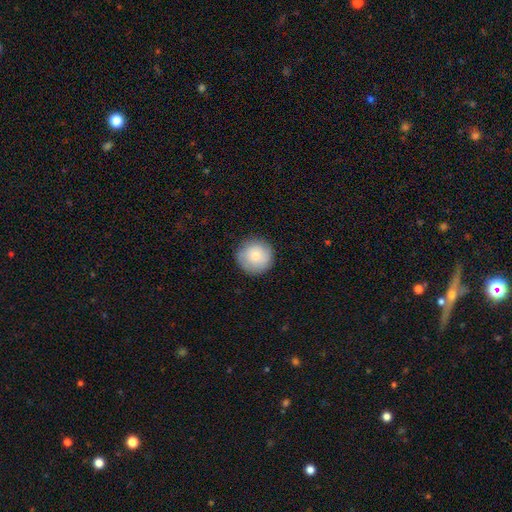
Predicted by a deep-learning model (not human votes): Smooth or featured? smooth (80%)
How rounded? round (95%)
Merging? none (87%)